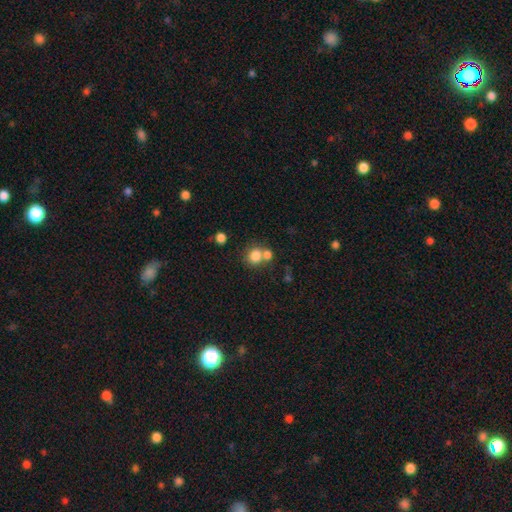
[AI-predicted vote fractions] A smooth galaxy with no disk features (80%) that is round (78%).

Vote fractions:
- Smooth or featured? smooth: 80% / star or artifact: 11% / featured or disk: 9%
- How rounded? round: 78% / in between: 21% / cigar-shaped: 1%
- Merging? none: 47% / merger: 41% / minor disturbance: 8% / major disturbance: 4%